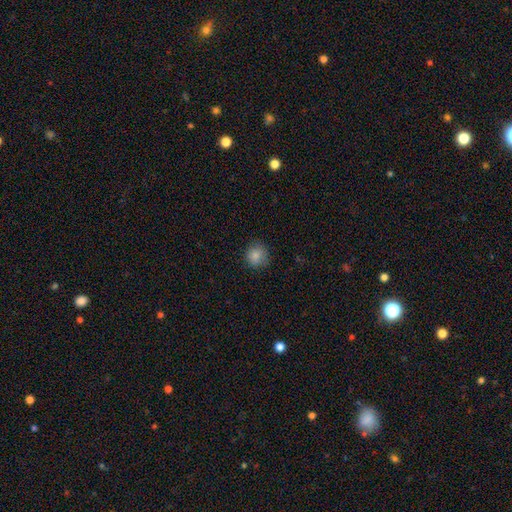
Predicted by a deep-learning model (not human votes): The model was most divided on "merging": none: 83%, minor disturbance: 13%, major disturbance: 3%, merger: 1%. More confident: how rounded — round (91%); smooth or featured — smooth (85%).